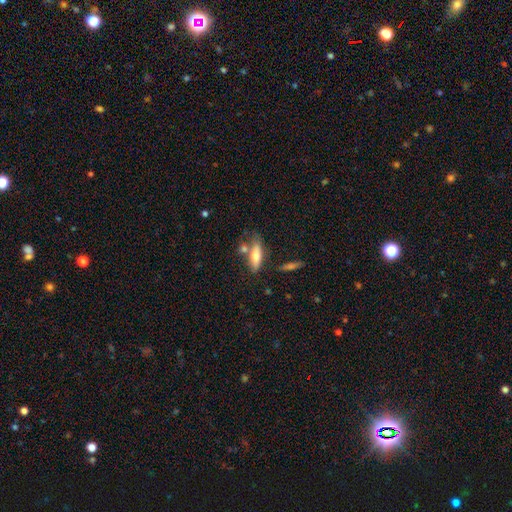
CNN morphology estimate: The model was most divided on "how rounded": in between: 52%, cigar-shaped: 45%, round: 3%. More confident: smooth or featured — smooth (66%); merging — none (54%).